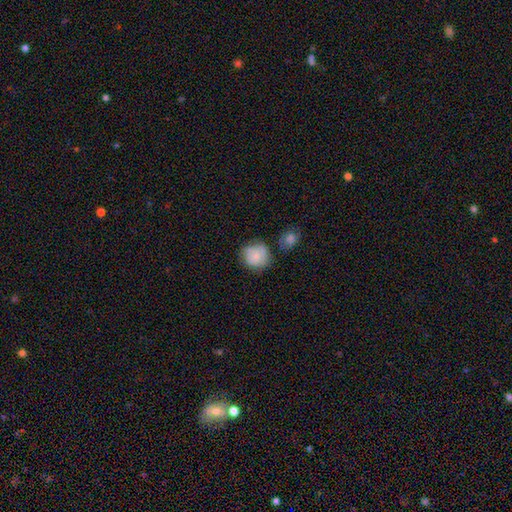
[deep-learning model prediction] A smooth galaxy with no disk features (77%) that is round (85%).

Vote fractions:
- Smooth or featured? smooth: 77% / featured or disk: 15% / star or artifact: 8%
- How rounded? round: 85% / in between: 14% / cigar-shaped: 1%
- Merging? none: 62% / minor disturbance: 24% / merger: 7% / major disturbance: 7%